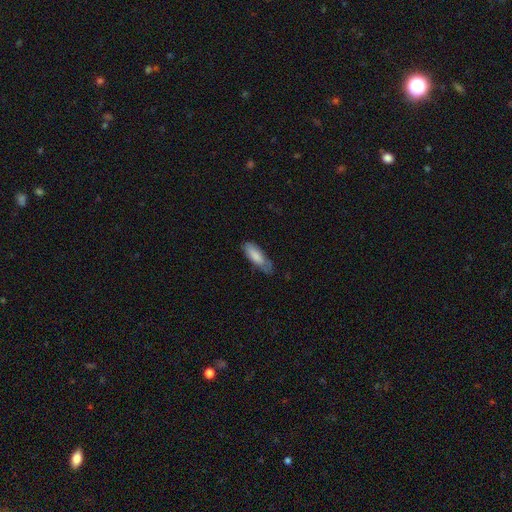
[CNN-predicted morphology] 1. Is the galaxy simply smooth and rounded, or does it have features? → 82% smooth, 12% featured or disk, 6% star or artifact.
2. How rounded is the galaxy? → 56% in between, 42% cigar-shaped, 1% round.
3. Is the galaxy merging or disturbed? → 53% none, 35% minor disturbance, 10% major disturbance, 2% merger.